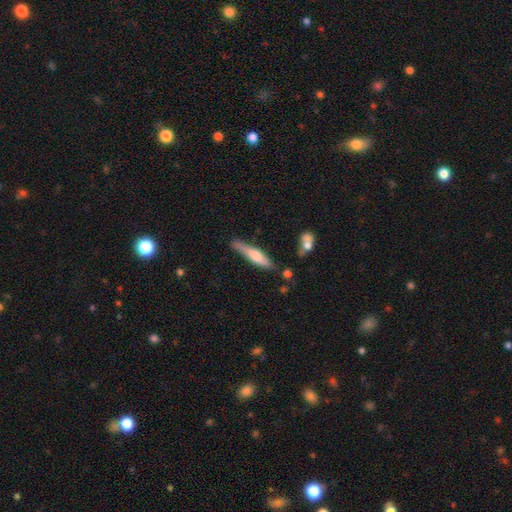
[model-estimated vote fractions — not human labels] Smooth or featured? Predicted: smooth (p=0.54). How rounded? Predicted: cigar-shaped (p=0.84). Merging? Predicted: none (p=0.69).